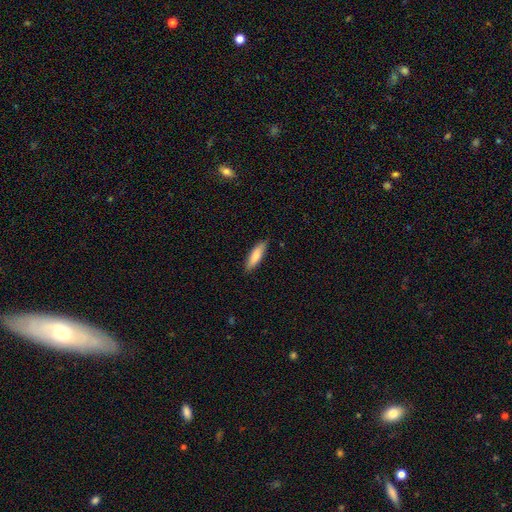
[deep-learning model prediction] Smooth or featured?
  - smooth: 82% *
  - featured or disk: 12%
  - star or artifact: 5%
How rounded?
  - cigar-shaped: 56% *
  - in between: 43%
  - round: 1%
Merging?
  - none: 85% *
  - minor disturbance: 12%
  - major disturbance: 2%
  - merger: 1%